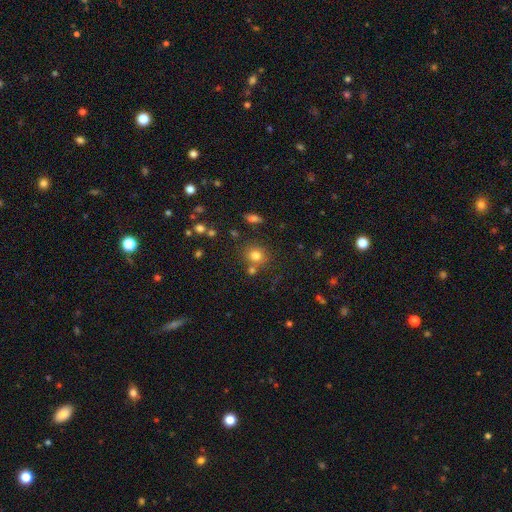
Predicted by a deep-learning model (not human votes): smooth 78%, star or artifact 14%, featured or disk 8%. Down the decision tree: how rounded — round (83%); merging — none (70%).